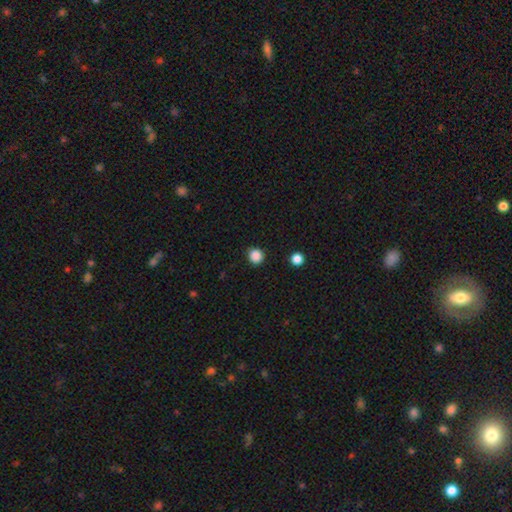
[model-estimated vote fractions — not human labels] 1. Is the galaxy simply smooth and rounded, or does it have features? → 86% smooth, 11% star or artifact, 2% featured or disk.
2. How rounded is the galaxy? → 92% round, 7% in between, 1% cigar-shaped.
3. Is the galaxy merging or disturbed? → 90% none, 6% minor disturbance, 2% major disturbance, 1% merger.